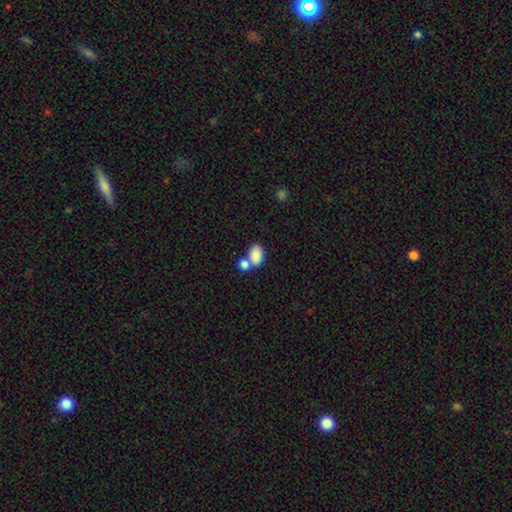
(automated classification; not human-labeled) Smooth or featured? Predicted: smooth (p=0.85). How rounded? Predicted: in between (p=0.87). Merging? Predicted: merger (p=0.45).